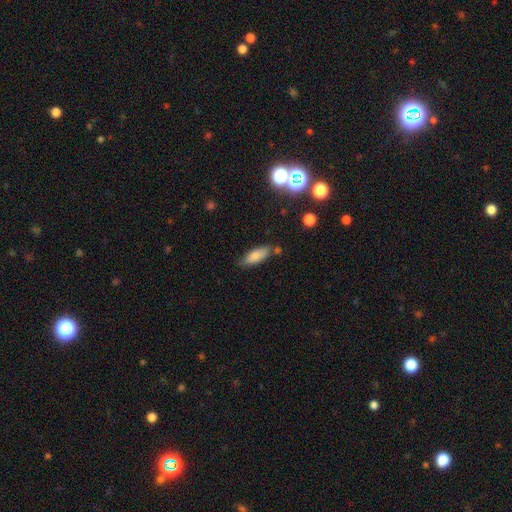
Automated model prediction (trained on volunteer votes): The model was most divided on "how rounded": in between: 70%, cigar-shaped: 28%, round: 2%. More confident: smooth or featured — smooth (82%); merging — none (71%).